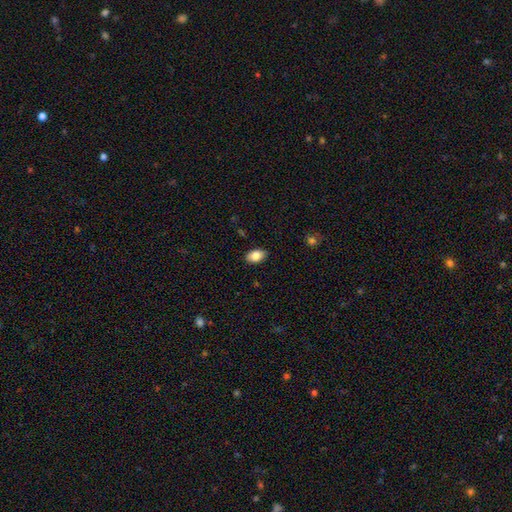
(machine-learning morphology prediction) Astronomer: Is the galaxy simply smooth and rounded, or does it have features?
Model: smooth — 84%.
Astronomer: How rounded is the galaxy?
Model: in between — 91%.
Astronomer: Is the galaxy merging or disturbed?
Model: none — 88%.